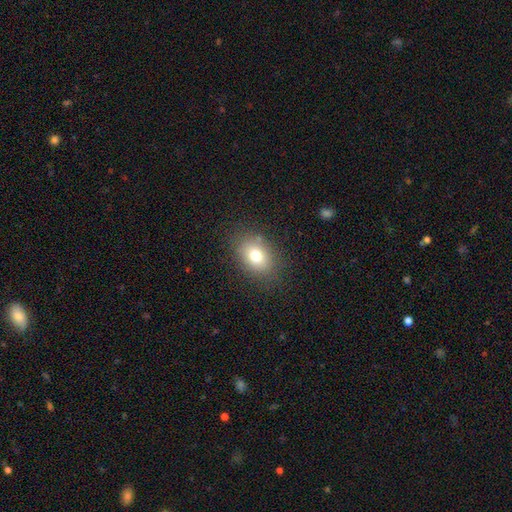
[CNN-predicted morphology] This appears to be a smooth galaxy with no disk features (75%) that is in between round and cigar-shaped (68%). Merging: none (83%).